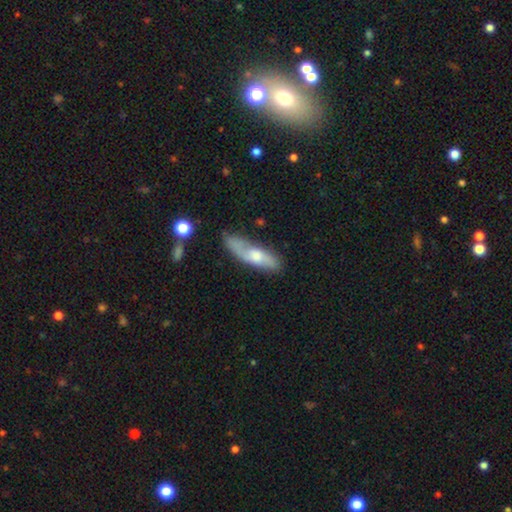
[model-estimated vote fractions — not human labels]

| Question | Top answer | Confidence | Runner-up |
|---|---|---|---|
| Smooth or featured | featured or disk | 48% | smooth (45%) |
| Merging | none | 61% | minor disturbance (26%) |